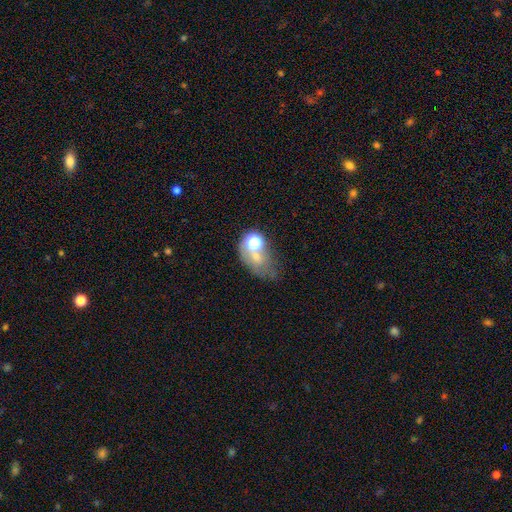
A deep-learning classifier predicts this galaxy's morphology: This appears to be a smooth galaxy with no disk features (46%). Merging: none (32%).